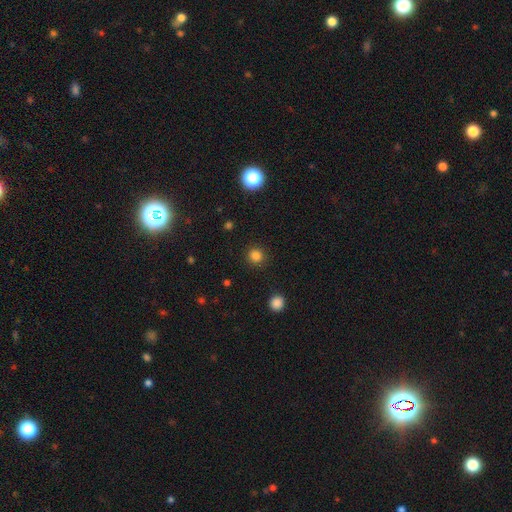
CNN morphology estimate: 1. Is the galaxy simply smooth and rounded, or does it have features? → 83% smooth, 14% star or artifact, 4% featured or disk.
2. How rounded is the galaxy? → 93% round, 6% in between, 1% cigar-shaped.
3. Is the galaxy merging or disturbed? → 90% none, 6% minor disturbance, 3% major disturbance, 1% merger.